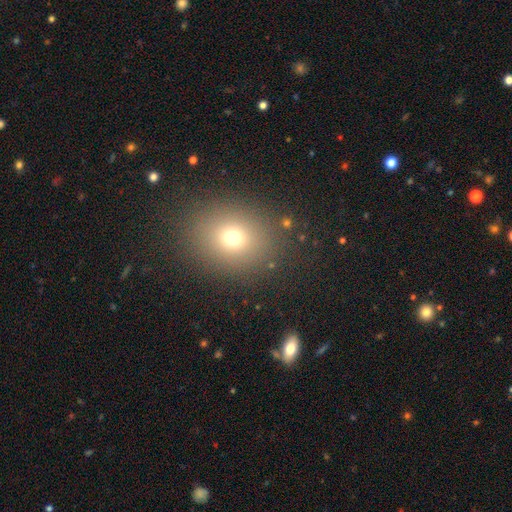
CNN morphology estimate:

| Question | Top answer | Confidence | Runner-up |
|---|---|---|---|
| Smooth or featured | smooth | 68% | star or artifact (23%) |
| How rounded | round | 56% | in between (43%) |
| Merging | none | 88% | minor disturbance (7%) |